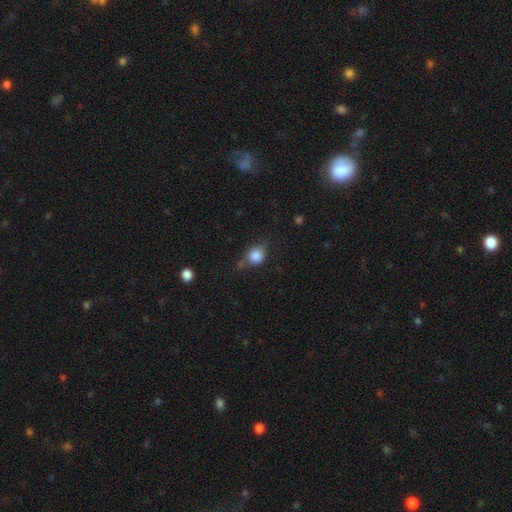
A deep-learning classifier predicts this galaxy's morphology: smooth-or-featured: smooth: 84% | star or artifact: 10% | featured or disk: 6%
  how-rounded: round: 71% | in between: 28% | cigar-shaped: 1%
  merging: none: 58% | minor disturbance: 26% | major disturbance: 8% | merger: 8%